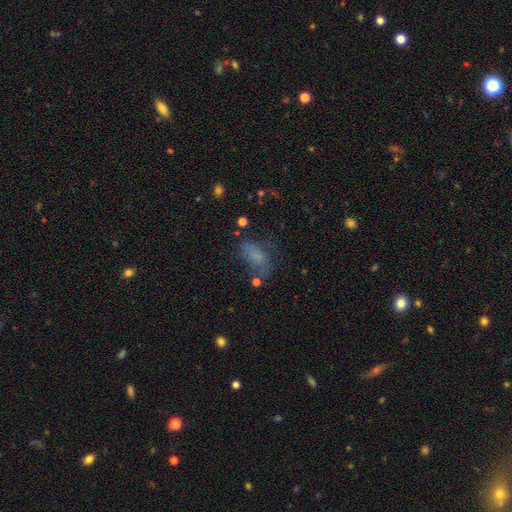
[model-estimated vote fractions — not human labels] Q: Smooth or featured?
A: smooth (69%); runner-up: star or artifact (16%)
Q: How rounded?
A: in between (84%); runner-up: cigar-shaped (9%)
Q: Merging?
A: none (47%); runner-up: minor disturbance (26%)